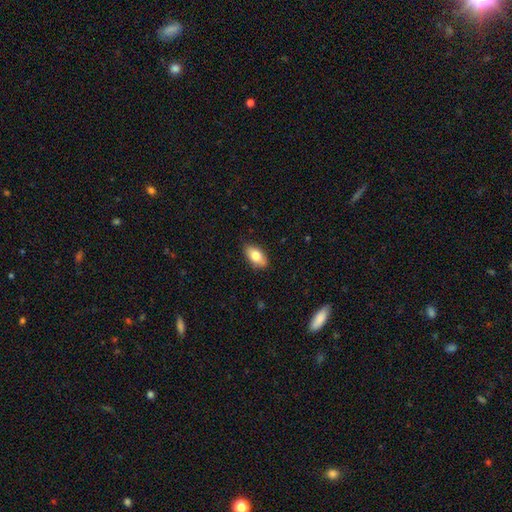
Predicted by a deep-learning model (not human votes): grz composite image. It shows a smooth galaxy with no disk features (78%) that is in between round and cigar-shaped (91%). Merging: none (85%).